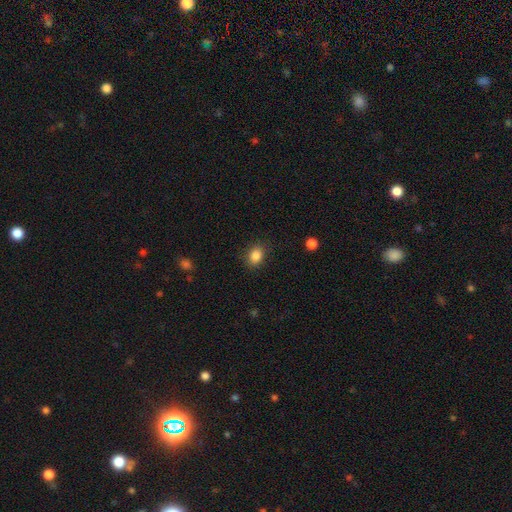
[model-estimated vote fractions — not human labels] smooth-or-featured: smooth: 86% | star or artifact: 10% | featured or disk: 4%
  how-rounded: in between: 63% | round: 36% | cigar-shaped: 1%
  merging: none: 85% | minor disturbance: 11% | major disturbance: 3% | merger: 1%